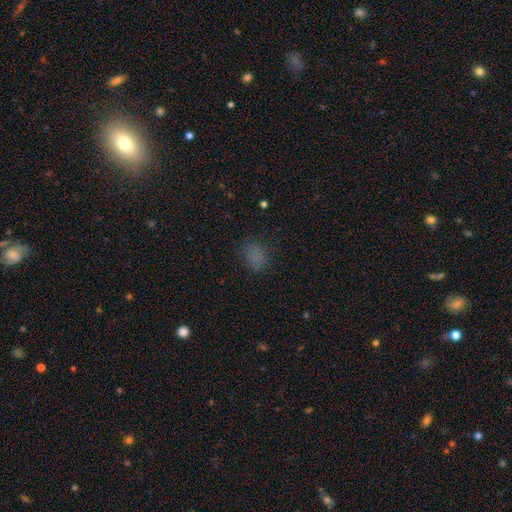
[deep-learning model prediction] Smooth or featured? Predicted: smooth (p=0.74). How rounded? Predicted: in between (p=0.67). Merging? Predicted: none (p=0.74).